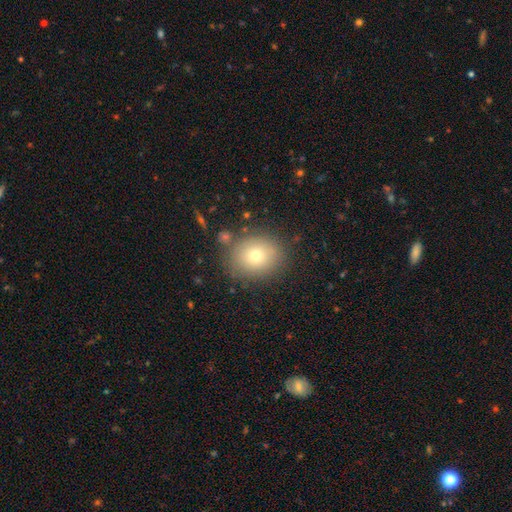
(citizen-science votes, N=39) smooth 74%, featured or disk 15%, star or artifact 10%. Down the decision tree: how rounded — round (69%); merging — none (91%).